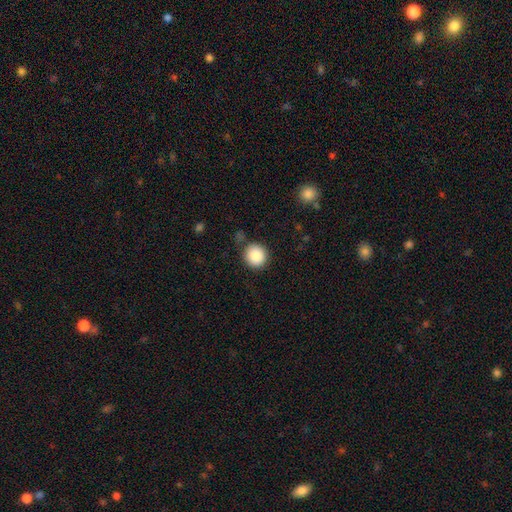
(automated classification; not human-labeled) A smooth galaxy with no disk features (87%) that is round (92%). Merging: none (82%).